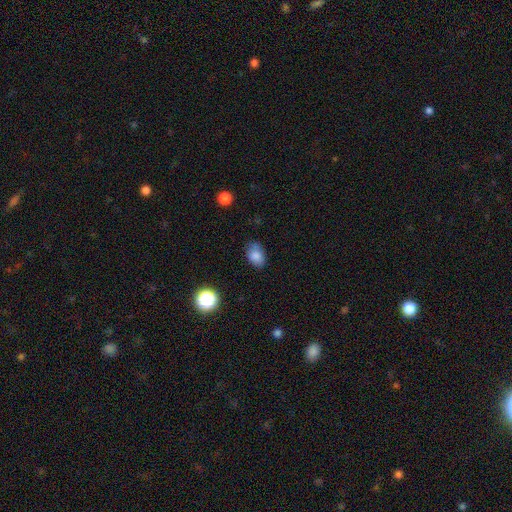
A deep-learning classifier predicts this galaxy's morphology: Smooth or featured: smooth — 83% (star or artifact — 10%)
How rounded: in between — 83% (round — 16%)
Merging: none — 74% (minor disturbance — 20%)